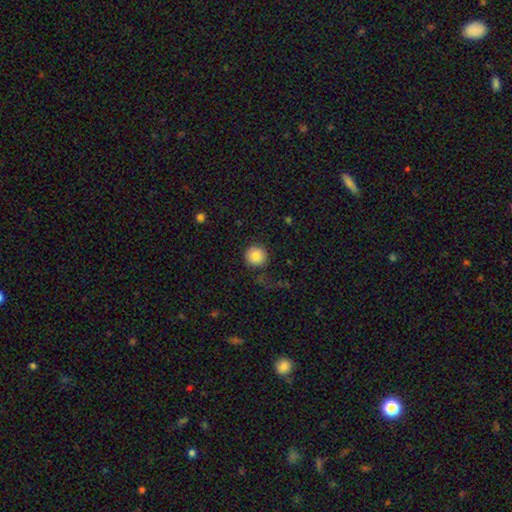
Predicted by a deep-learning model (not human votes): The model was most divided on "smooth or featured": smooth: 84%, star or artifact: 9%, featured or disk: 7%. More confident: how rounded — round (95%); merging — none (85%).